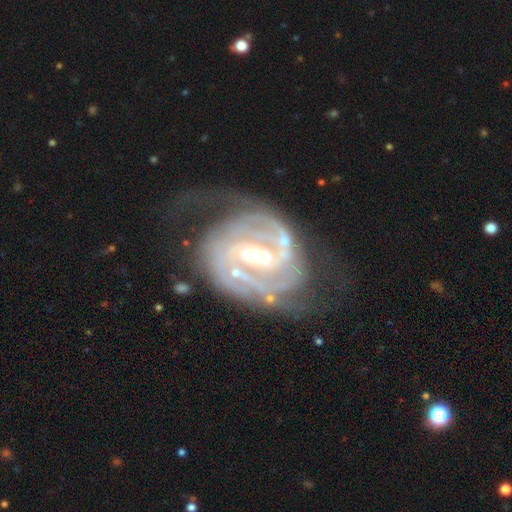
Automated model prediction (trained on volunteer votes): A featured or disk galaxy (90%) with a weak bar (44%), 2 (66%) tight (55%) spiral arms (97%) and a small central bulge (59%). Merging: none (56%).